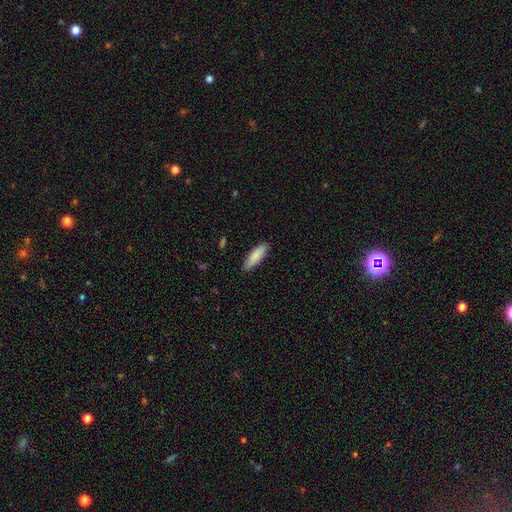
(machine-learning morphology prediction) smooth-or-featured: smooth: 87% | featured or disk: 8% | star or artifact: 6%
  how-rounded: in between: 53% | cigar-shaped: 46% | round: 1%
  merging: none: 87% | minor disturbance: 10% | major disturbance: 2% | merger: 1%